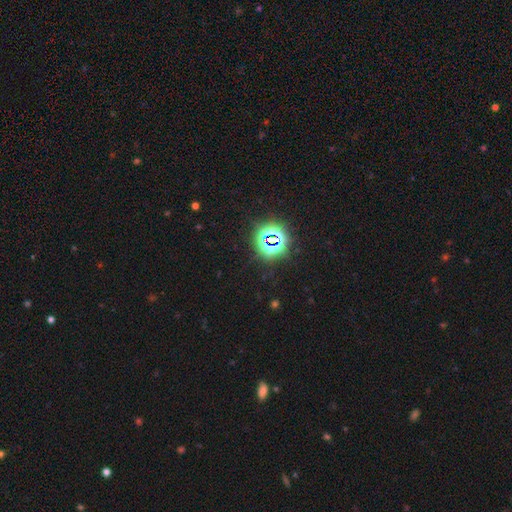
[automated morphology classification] A star or artifact, not a galaxy (80%).

Vote fractions:
- Smooth or featured? star or artifact: 80% / smooth: 13% / featured or disk: 6%